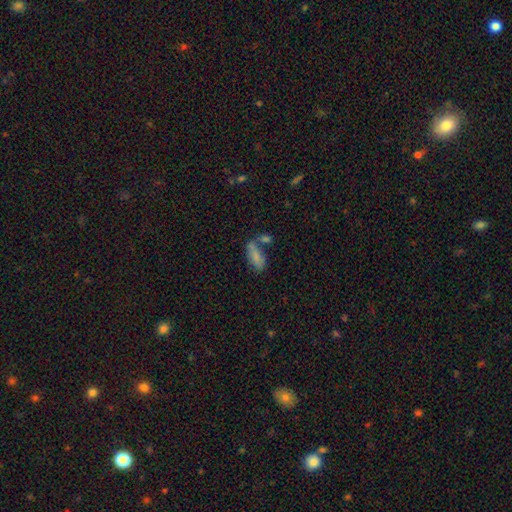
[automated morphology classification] type=smooth (77%); roundness=in between (80%); merging=none (46%).